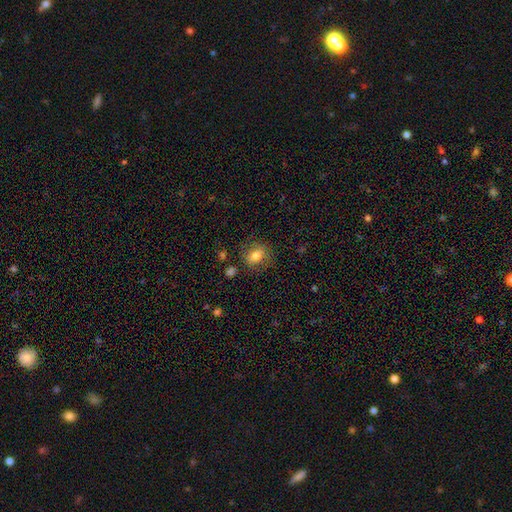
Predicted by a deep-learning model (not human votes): smooth 74%, featured or disk 16%, star or artifact 9%. Down the decision tree: how rounded — in between (59%); merging — none (78%).